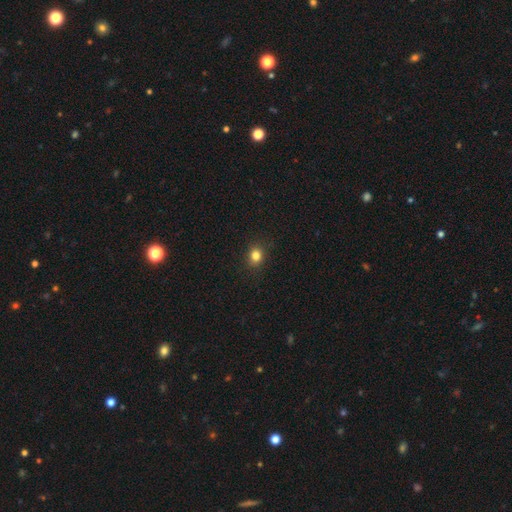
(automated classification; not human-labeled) A smooth galaxy with no disk features (82%) that is round (71%).

Vote fractions:
- Smooth or featured? smooth: 82% / star or artifact: 13% / featured or disk: 5%
- How rounded? round: 71% / in between: 29% / cigar-shaped: 1%
- Merging? none: 90% / minor disturbance: 7% / major disturbance: 2% / merger: 1%